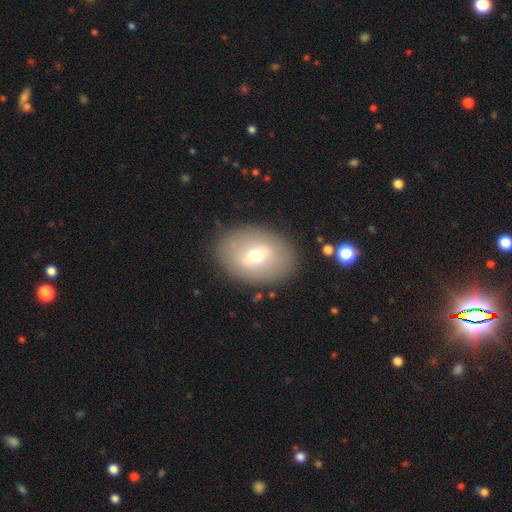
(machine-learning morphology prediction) Smooth or featured? smooth (59%)
How rounded? in between (72%)
Merging? none (85%)